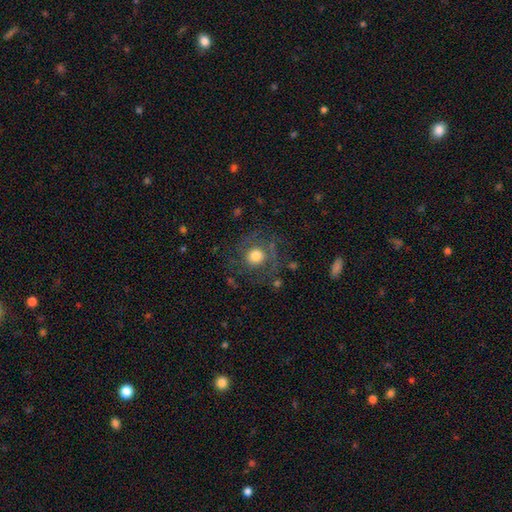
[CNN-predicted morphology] A smooth galaxy with no disk features (52%) that is round (90%).

Vote fractions:
- Smooth or featured? smooth: 52% / featured or disk: 37% / star or artifact: 11%
- How rounded? round: 90% / in between: 9% / cigar-shaped: 1%
- Merging? none: 67% / minor disturbance: 16% / major disturbance: 15% / merger: 2%